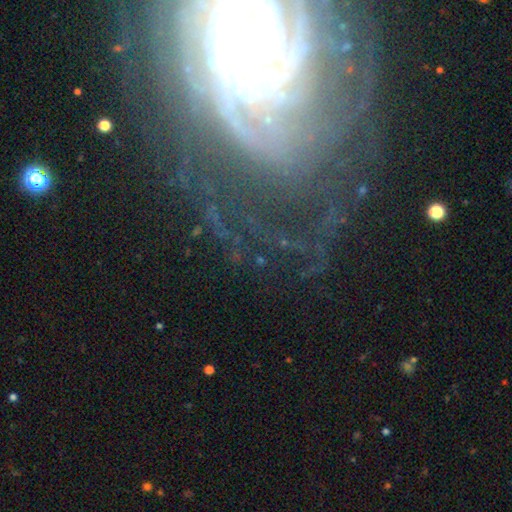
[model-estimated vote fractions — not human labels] This is clearly a featured or disk galaxy (81%). It is clearly not viewed edge-on (95%). Bar: likely no (66%). Spiral arm pattern: clearly yes (94%). Spiral arm count: marginally can't tell (30%). Spiral winding: likely tight (73%). Central bulge: likely small (76%). Merging: likely none (66%).